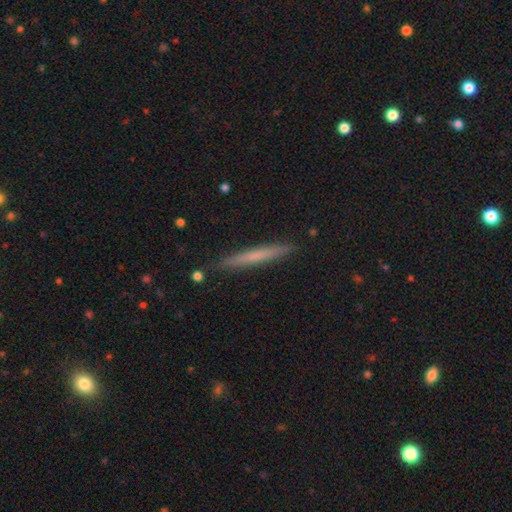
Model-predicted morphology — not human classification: Smooth or featured: smooth — 57% (featured or disk — 37%)
How rounded: cigar-shaped — 97% (in between — 2%)
Merging: none — 90% (minor disturbance — 7%)